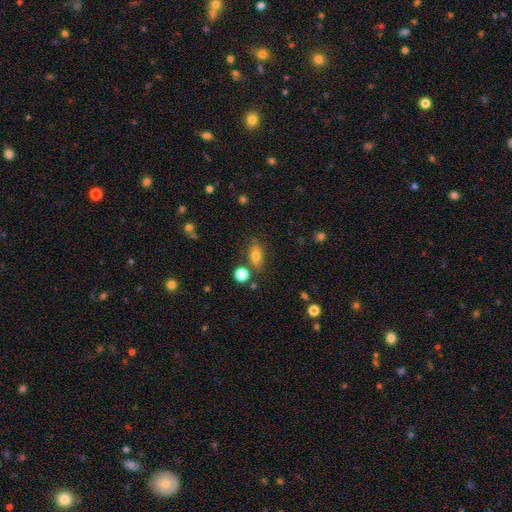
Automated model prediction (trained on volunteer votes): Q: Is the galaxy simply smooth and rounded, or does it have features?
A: smooth — 76%.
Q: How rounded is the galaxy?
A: in between — 79%.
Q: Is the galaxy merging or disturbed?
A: none — 73%.